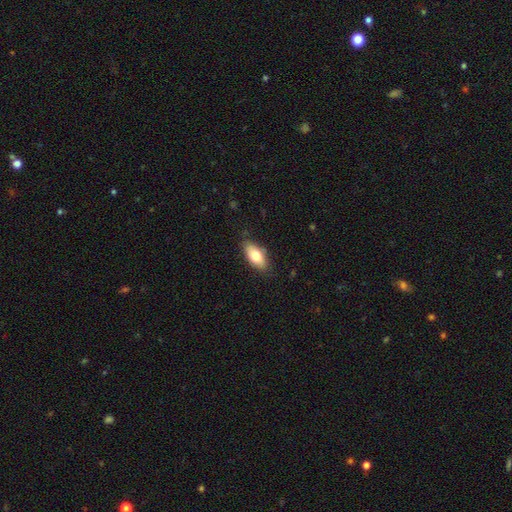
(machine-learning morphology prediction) A smooth galaxy with no disk features (75%) that is in between round and cigar-shaped (87%). Merging: none (83%).